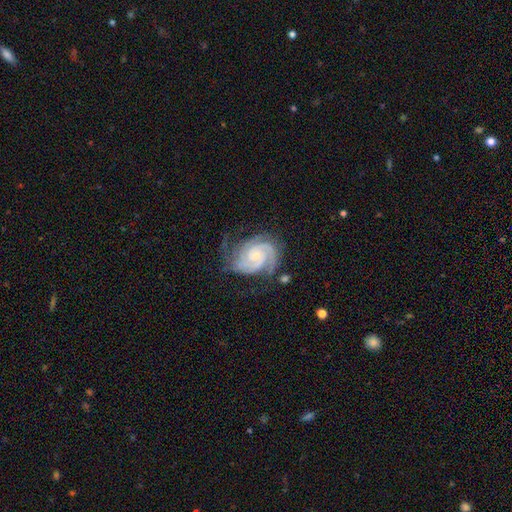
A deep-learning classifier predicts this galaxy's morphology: Smooth or featured: featured or disk — 91% (star or artifact — 5%)
Edge-on disk: no — 98% (yes — 2%)
Bar: no — 63% (weak — 29%)
Spiral arms: yes — 99% (no — 1%)
Spiral winding: tight — 70% (medium — 27%)
Spiral arm count: 2 — 44% (3 — 33%)
Bulge size: small — 61% (moderate — 24%)
Merging: none — 68% (minor disturbance — 20%)